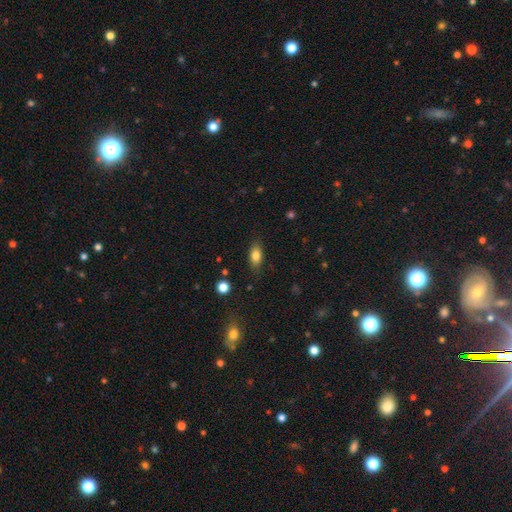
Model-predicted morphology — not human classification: A smooth galaxy with no disk features (82%) that is in between round and cigar-shaped (84%).

Vote fractions:
- Smooth or featured? smooth: 82% / featured or disk: 9% / star or artifact: 9%
- How rounded? in between: 84% / cigar-shaped: 8% / round: 7%
- Merging? none: 83% / minor disturbance: 13% / major disturbance: 3% / merger: 1%